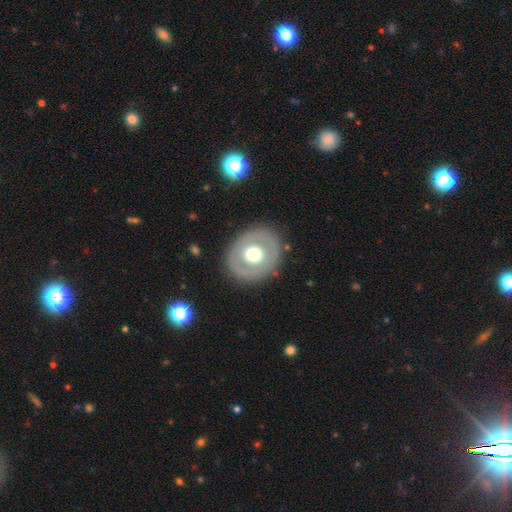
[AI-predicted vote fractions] A featured or disk galaxy (51%). Merging: none (86%).